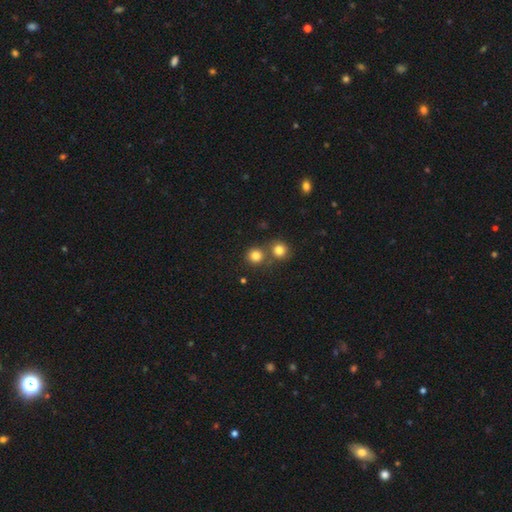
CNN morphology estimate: Smooth or featured?
  - smooth: 81% *
  - star or artifact: 13%
  - featured or disk: 6%
How rounded?
  - round: 91% *
  - in between: 8%
  - cigar-shaped: 1%
Merging?
  - none: 65% *
  - merger: 26%
  - minor disturbance: 6%
  - major disturbance: 3%